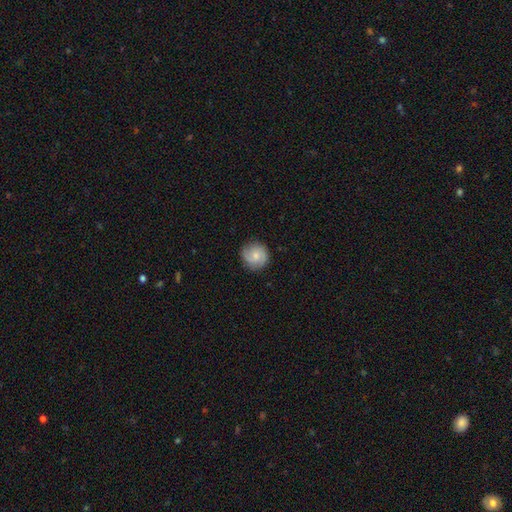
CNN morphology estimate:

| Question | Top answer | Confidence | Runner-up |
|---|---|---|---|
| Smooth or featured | smooth | 57% | featured or disk (36%) |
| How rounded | round | 91% | in between (8%) |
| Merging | none | 83% | minor disturbance (13%) |